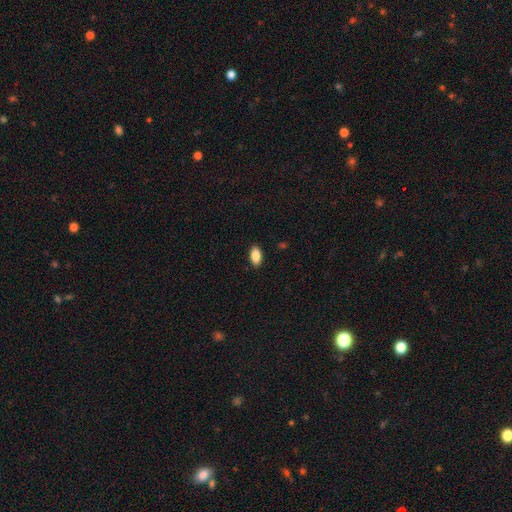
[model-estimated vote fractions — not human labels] smooth_or_featured: smooth (p=0.87) [alt: star or artifact p=0.07]
how_rounded: in between (p=0.92) [alt: cigar-shaped p=0.04]
merging: none (p=0.89) [alt: minor disturbance p=0.08]